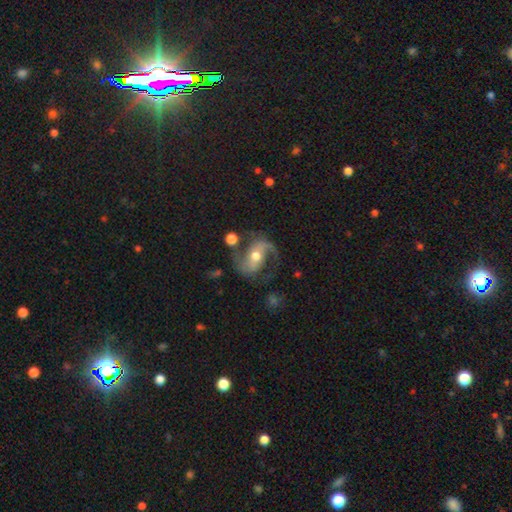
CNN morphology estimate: Smooth or featured?
  - featured or disk: 86% *
  - smooth: 8%
  - star or artifact: 6%
Edge-on disk?
  - no: 97% *
  - yes: 3%
Bar?
  - weak: 37% *
  - no: 34%
  - strong: 29%
Spiral arms?
  - yes: 95% *
  - no: 5%
Spiral winding?
  - medium: 51% *
  - loose: 37%
  - tight: 13%
Spiral arm count?
  - 2: 88% *
  - 1: 6%
  - can't tell: 3%
  - 3: 1%
  - 4: 1%
  - more than 4: 1%
Bulge size?
  - moderate: 72% *
  - small: 19%
  - large: 6%
  - none: 1%
  - dominant: 1%
Merging?
  - none: 67% *
  - minor disturbance: 17%
  - major disturbance: 12%
  - merger: 4%